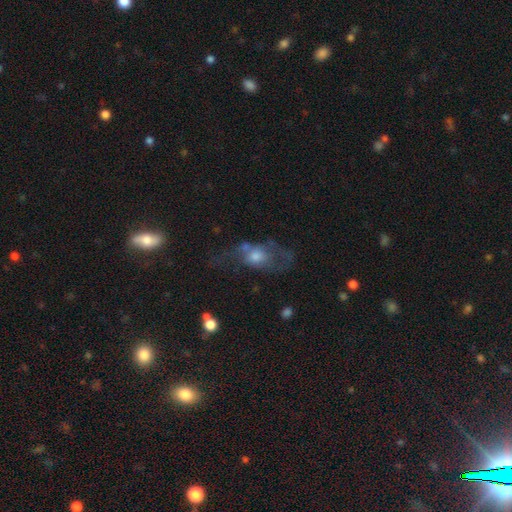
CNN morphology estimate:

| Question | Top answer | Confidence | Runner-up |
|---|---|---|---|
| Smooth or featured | featured or disk | 47% | smooth (41%) |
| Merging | major disturbance | 38% | none (34%) |